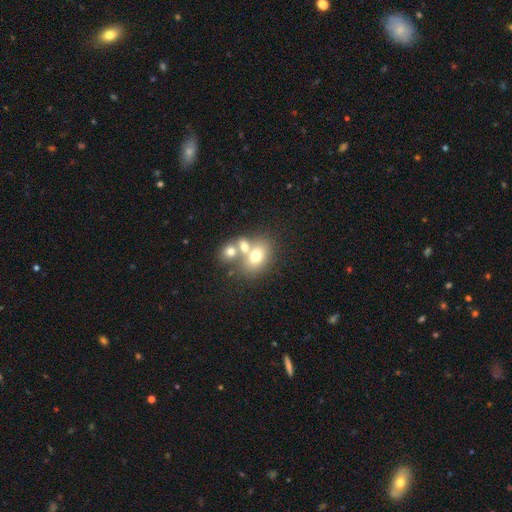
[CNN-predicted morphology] smooth_or_featured: smooth (p=0.67) [alt: featured or disk p=0.22]
how_rounded: in between (p=0.62) [alt: round p=0.37]
merging: merger (p=0.53) [alt: none p=0.34]